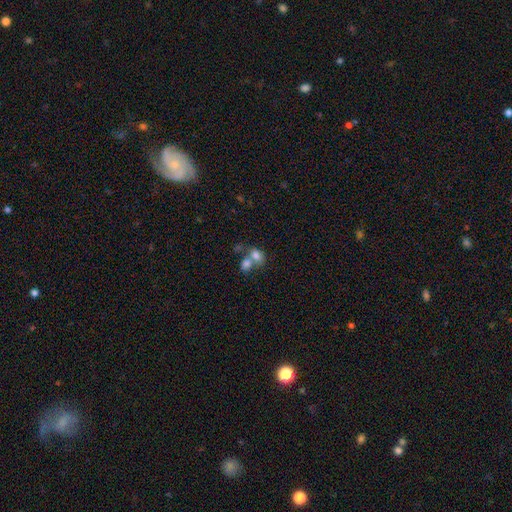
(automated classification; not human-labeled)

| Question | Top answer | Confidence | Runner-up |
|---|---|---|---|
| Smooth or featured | smooth | 75% | featured or disk (14%) |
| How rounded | in between | 67% | round (31%) |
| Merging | merger | 62% | none (25%) |